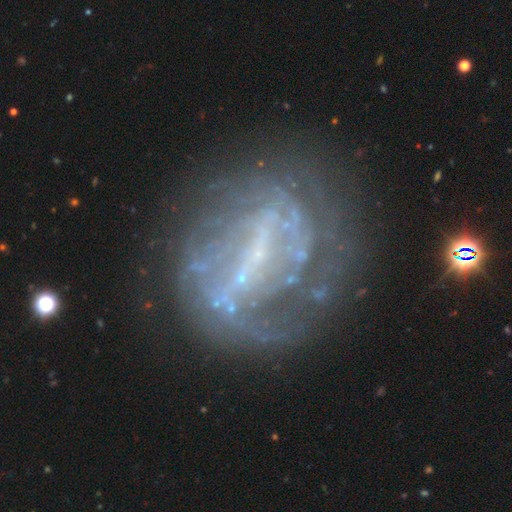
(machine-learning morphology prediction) type=featured or disk (75%); edge-on=no (96%); bar=strong (48%); spiral arms=yes (51%); bulge=small (44%, tied with none); merging=none (58%).